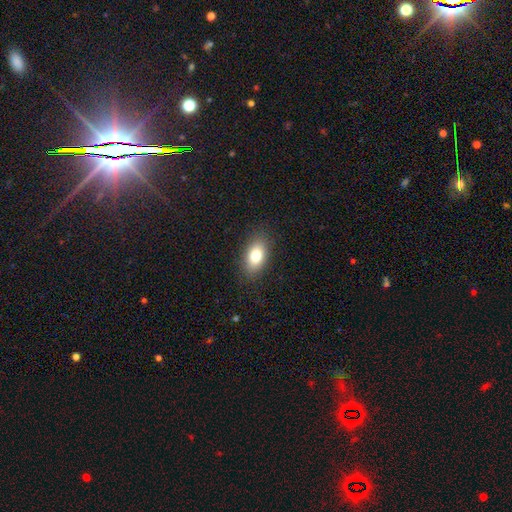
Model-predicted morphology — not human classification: smooth 79%, featured or disk 13%, star or artifact 9%. Down the decision tree: how rounded — in between (89%); merging — none (86%).